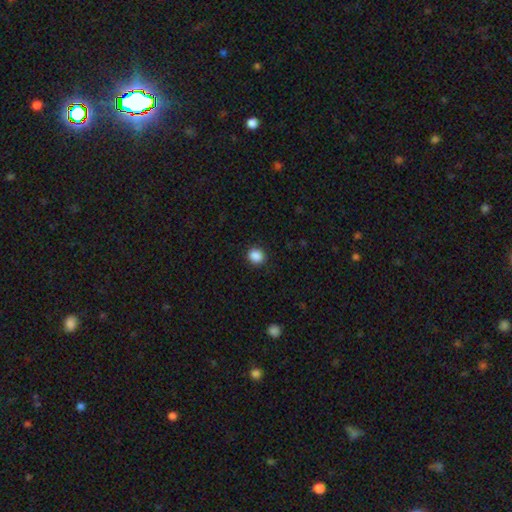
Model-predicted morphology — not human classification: This appears to be a smooth galaxy with no disk features (88%) that is round (84%). Merging: none (91%).